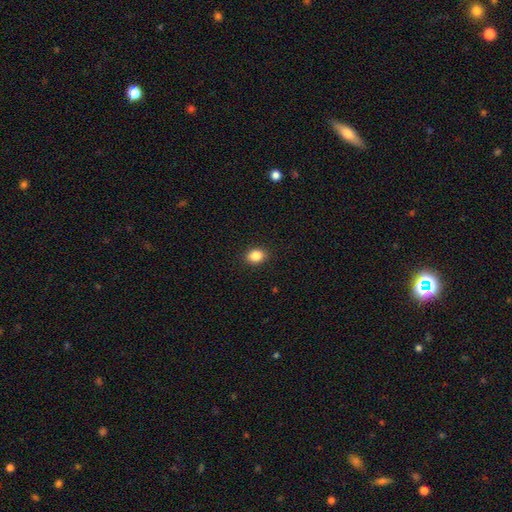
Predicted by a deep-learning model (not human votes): Smooth or featured? smooth (86%)
How rounded? in between (59%)
Merging? none (90%)